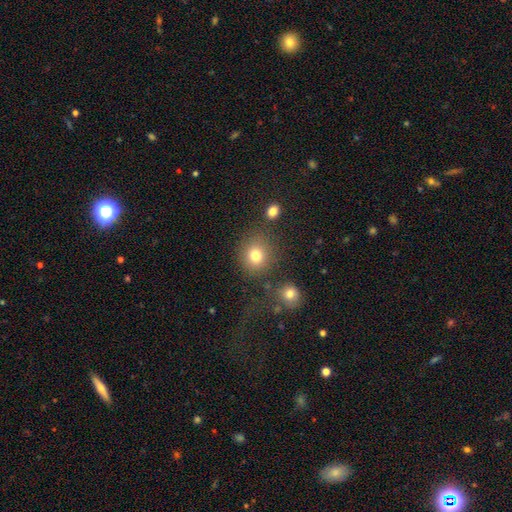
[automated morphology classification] smooth_or_featured: smooth (p=0.79) [alt: star or artifact p=0.14]
how_rounded: round (p=0.82) [alt: in between p=0.17]
merging: none (p=0.75) [alt: minor disturbance p=0.11]